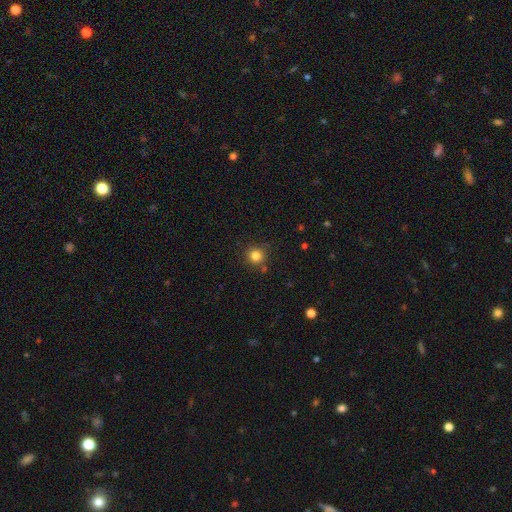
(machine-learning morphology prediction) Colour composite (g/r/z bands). It shows a smooth galaxy with no disk features (83%) that is round (95%). Merging: none (85%).